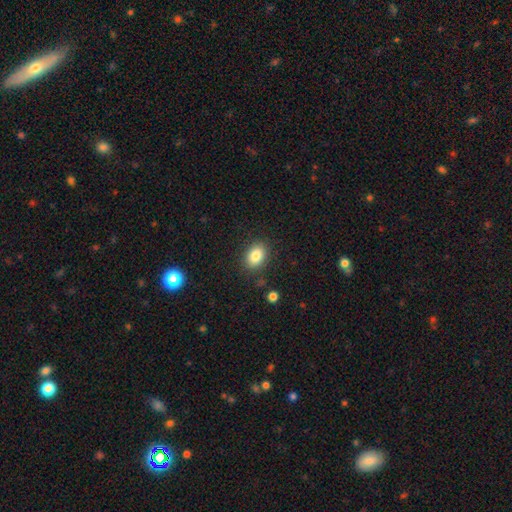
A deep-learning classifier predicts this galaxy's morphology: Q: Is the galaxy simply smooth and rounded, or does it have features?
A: smooth — 84%.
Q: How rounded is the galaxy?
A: in between — 69%.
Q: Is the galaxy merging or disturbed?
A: none — 85%.